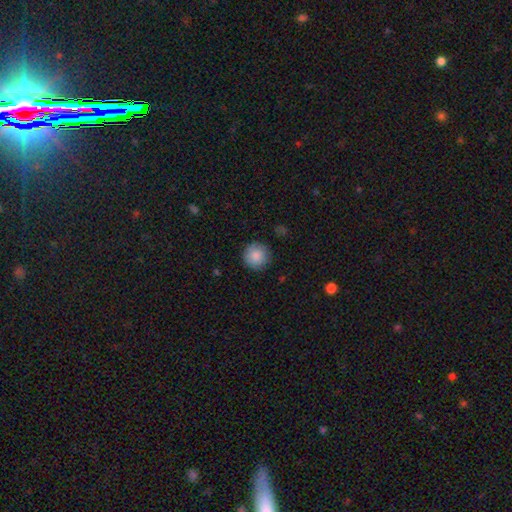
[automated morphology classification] This appears to be a smooth galaxy with no disk features (87%) that is round (95%). Merging: none (90%).